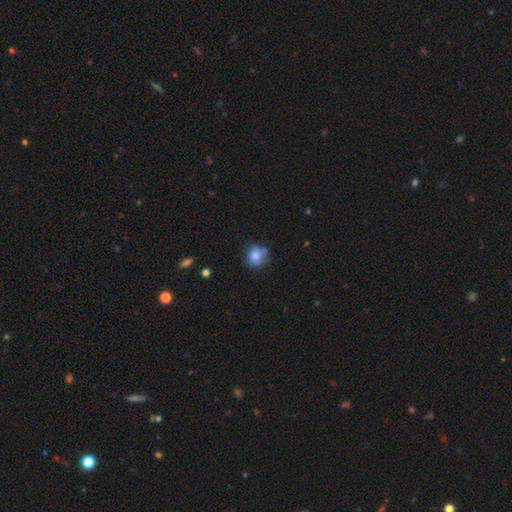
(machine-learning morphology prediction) This is clearly a smooth galaxy (82%). How rounded: likely round (78%). Merging: likely none (62%).